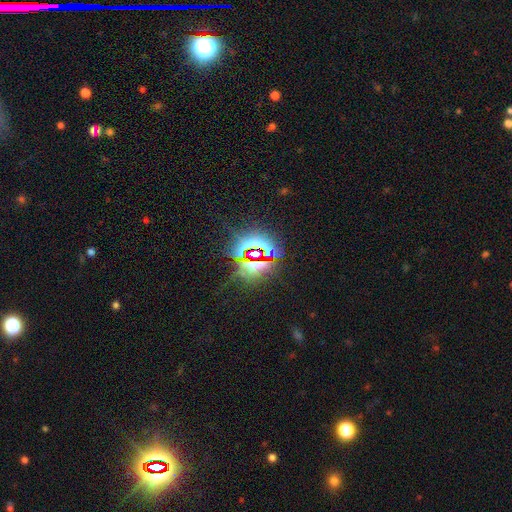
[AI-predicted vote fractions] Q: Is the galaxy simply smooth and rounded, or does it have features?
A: star or artifact — 80%.